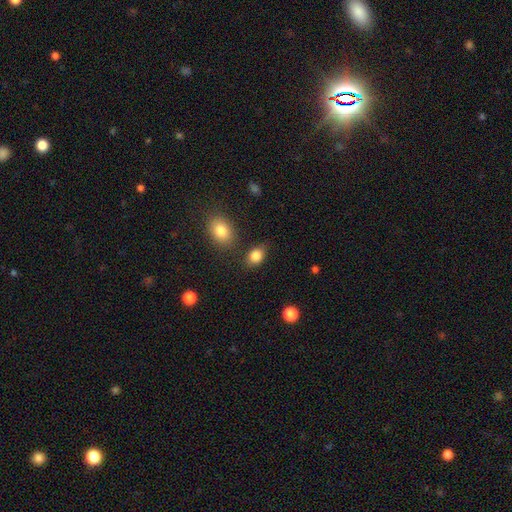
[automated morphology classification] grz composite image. It shows a smooth galaxy with no disk features (85%) that is in between round and cigar-shaped (70%). Merging: none (74%).